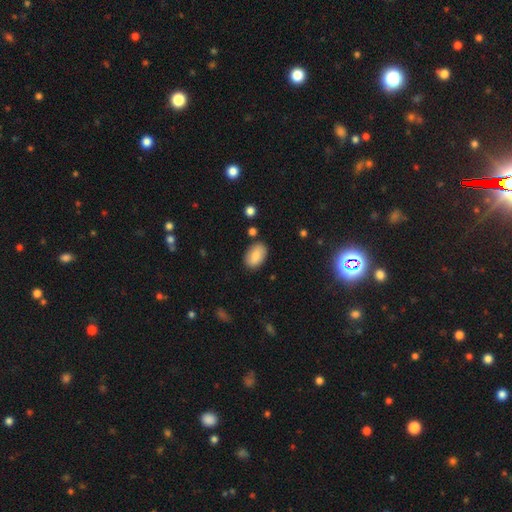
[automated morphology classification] Smooth or featured? Predicted: smooth (p=0.82). How rounded? Predicted: in between (p=0.90). Merging? Predicted: none (p=0.82).